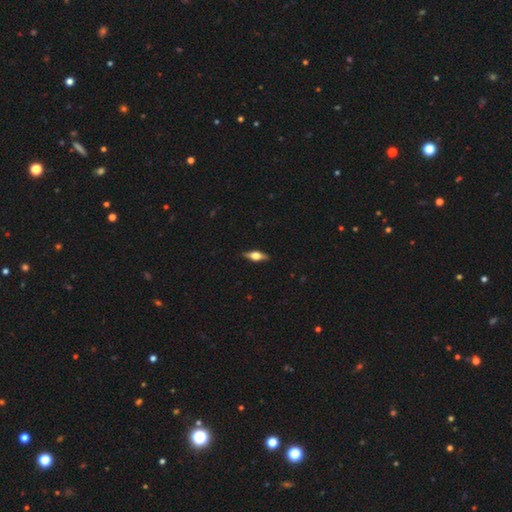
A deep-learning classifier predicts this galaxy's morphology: smooth-or-featured: featured or disk: 59% | smooth: 33% | star or artifact: 7%
  disk-edge-on: yes: 94% | no: 6%
    edge-on-bulge: rounded: 93% | boxy: 6% | none: 1%
  merging: none: 88% | minor disturbance: 9% | major disturbance: 2% | merger: 1%